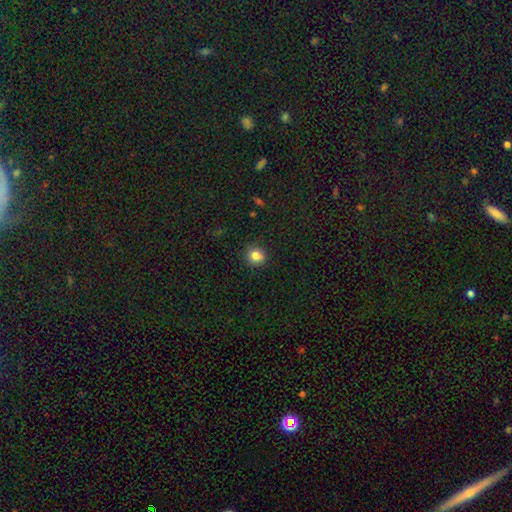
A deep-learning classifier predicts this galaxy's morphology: A smooth galaxy with no disk features (83%) that is round (81%).

Vote fractions:
- Smooth or featured? smooth: 83% / star or artifact: 12% / featured or disk: 6%
- How rounded? round: 81% / in between: 18% / cigar-shaped: 1%
- Merging? none: 86% / minor disturbance: 11% / major disturbance: 2% / merger: 1%